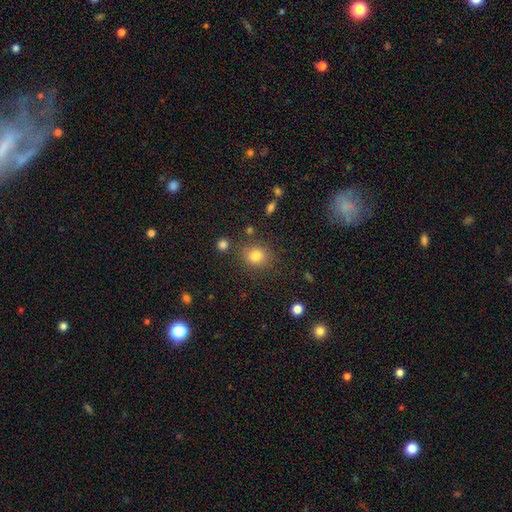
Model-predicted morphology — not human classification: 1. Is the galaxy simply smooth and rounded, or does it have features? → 81% smooth, 12% star or artifact, 7% featured or disk.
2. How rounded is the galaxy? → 77% round, 22% in between, 1% cigar-shaped.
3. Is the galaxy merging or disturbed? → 80% none, 11% minor disturbance, 5% merger, 4% major disturbance.